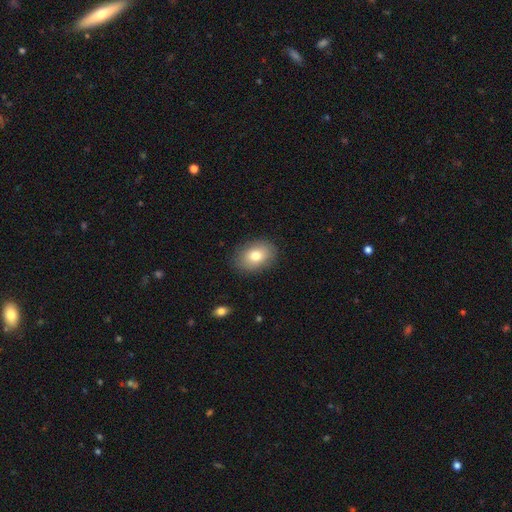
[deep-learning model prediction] The model was most divided on "how rounded": in between: 77%, round: 22%, cigar-shaped: 1%. More confident: merging — none (87%); smooth or featured — smooth (79%).